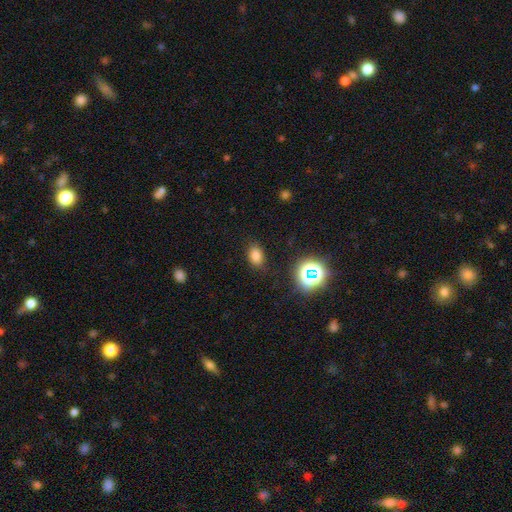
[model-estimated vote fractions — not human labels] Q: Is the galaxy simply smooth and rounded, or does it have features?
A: smooth — 76%.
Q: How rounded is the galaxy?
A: in between — 81%.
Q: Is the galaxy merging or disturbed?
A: none — 83%.